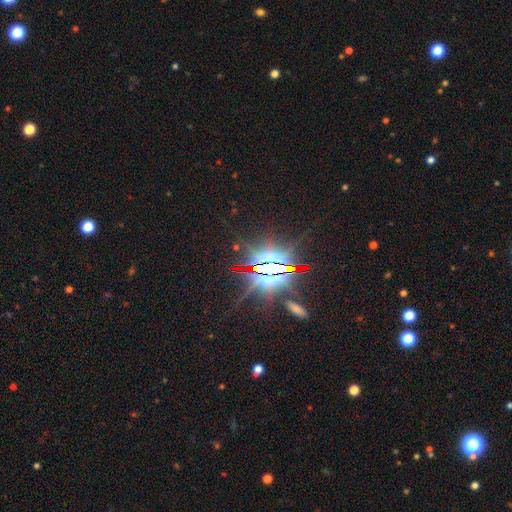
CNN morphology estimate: The model was most divided on "smooth or featured": star or artifact: 84%, featured or disk: 10%, smooth: 6%.